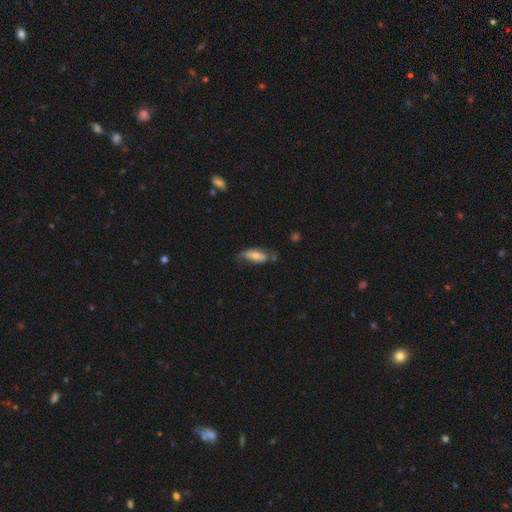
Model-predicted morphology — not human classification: Overall: smooth (57%; featured or disk 37%). How rounded: in between (78%). Merging: none (53%; minor disturbance 30%).